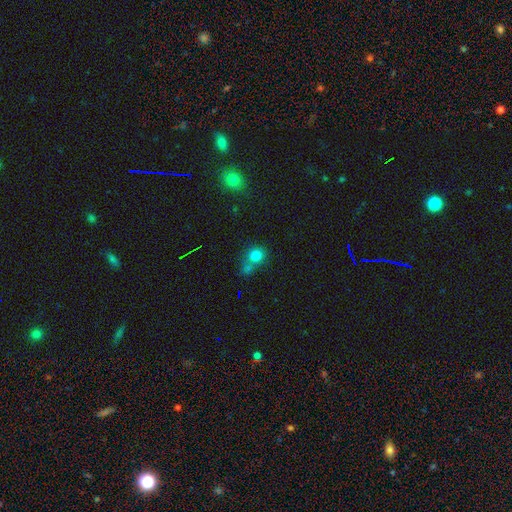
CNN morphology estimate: smooth_or_featured: smooth (p=0.79) [alt: star or artifact p=0.13]
how_rounded: round (p=0.84) [alt: in between p=0.15]
merging: none (p=0.51) [alt: merger p=0.34]